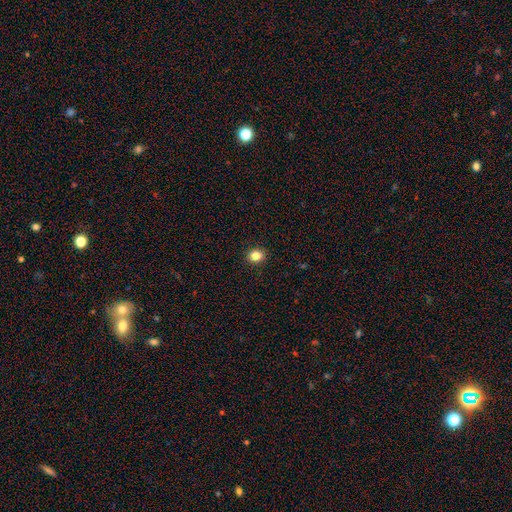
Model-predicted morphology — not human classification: Smooth or featured: smooth — 84% (star or artifact — 11%)
How rounded: round — 64% (in between — 35%)
Merging: none — 92% (minor disturbance — 5%)